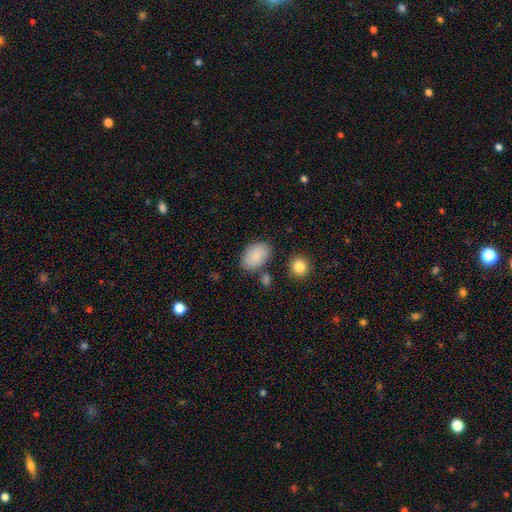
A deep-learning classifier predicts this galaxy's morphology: Smooth or featured: smooth — 84% (featured or disk — 9%)
How rounded: in between — 88% (round — 10%)
Merging: none — 75% (minor disturbance — 15%)